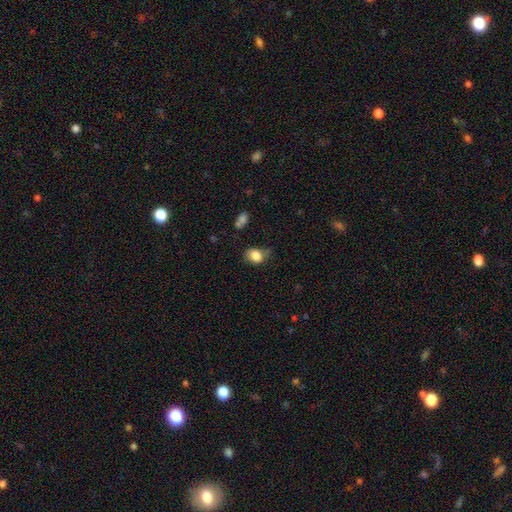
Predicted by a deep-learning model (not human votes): smooth 83%, star or artifact 9%, featured or disk 8%. Down the decision tree: how rounded — in between (53%); merging — none (56%).